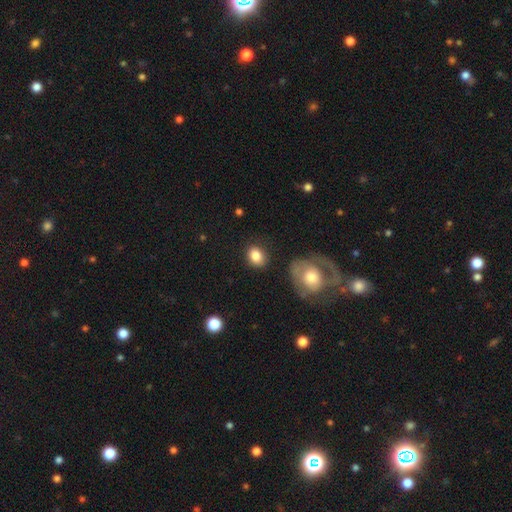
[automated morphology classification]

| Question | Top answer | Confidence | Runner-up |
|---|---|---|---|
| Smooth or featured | smooth | 85% | star or artifact (8%) |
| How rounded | round | 51% | in between (48%) |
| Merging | none | 82% | minor disturbance (11%) |